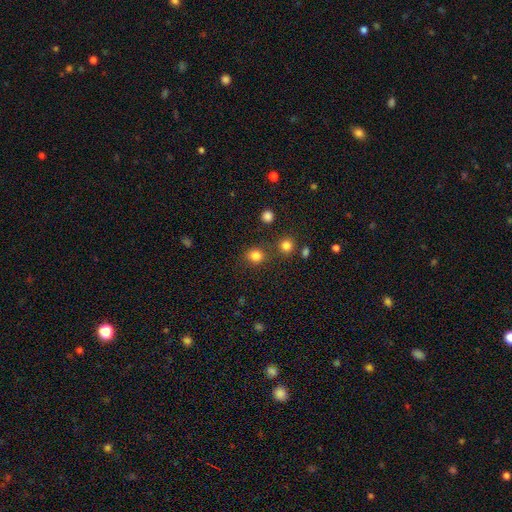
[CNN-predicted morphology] The model was most divided on "how rounded": round: 83%, in between: 16%, cigar-shaped: 1%. More confident: smooth or featured — smooth (82%); merging — none (80%).